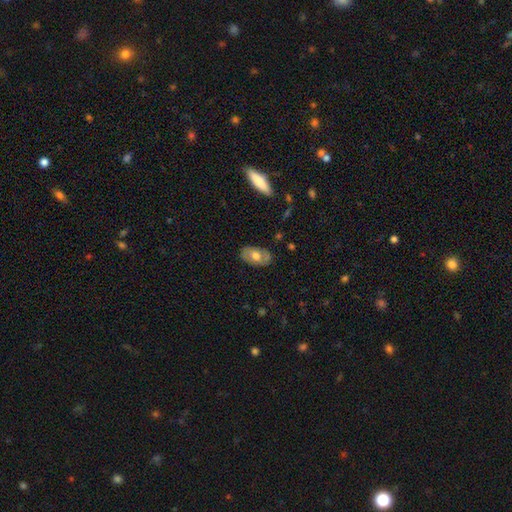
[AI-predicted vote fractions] smooth 50%, featured or disk 43%, star or artifact 6%. Down the decision tree: how rounded — in between (90%); merging — none (79%).